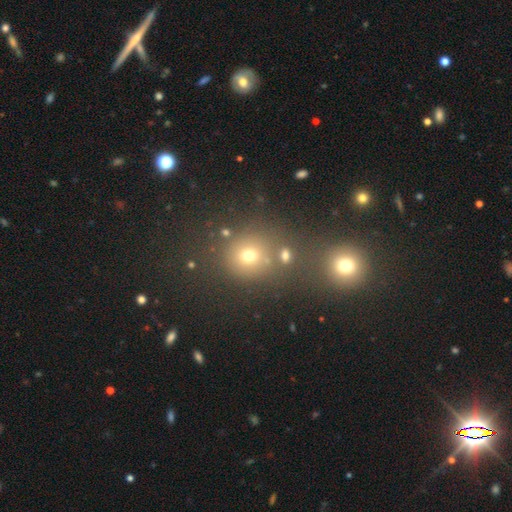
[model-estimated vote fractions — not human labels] smooth_or_featured: smooth (p=0.61) [alt: star or artifact p=0.31]
how_rounded: round (p=0.84) [alt: in between p=0.15]
merging: none (p=0.66) [alt: merger p=0.22]